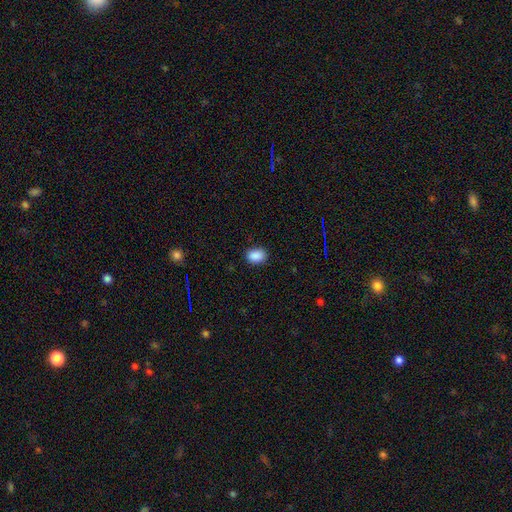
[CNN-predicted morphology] smooth 89%, star or artifact 8%, featured or disk 3%. Down the decision tree: how rounded — in between (79%); merging — none (85%).